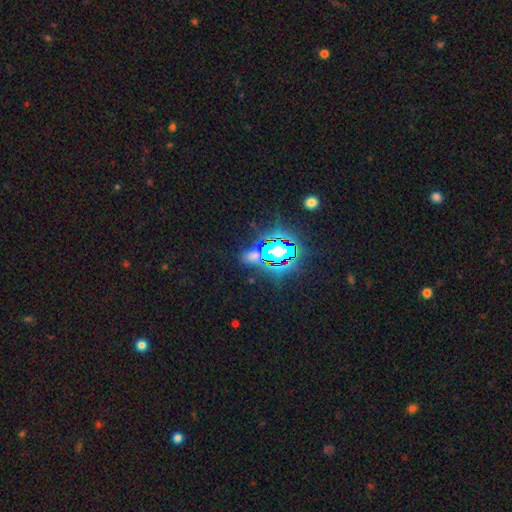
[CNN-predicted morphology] Q: Smooth or featured?
A: star or artifact (62%); runner-up: smooth (23%)